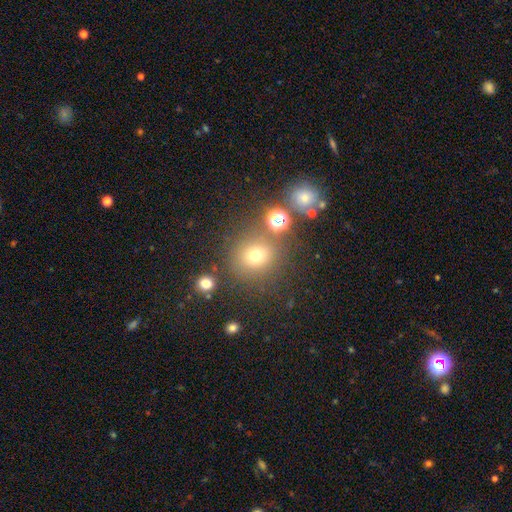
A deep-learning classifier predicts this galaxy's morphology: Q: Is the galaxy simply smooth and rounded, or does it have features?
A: smooth — 69%.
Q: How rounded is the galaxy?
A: round — 88%.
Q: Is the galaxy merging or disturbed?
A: none — 79%.